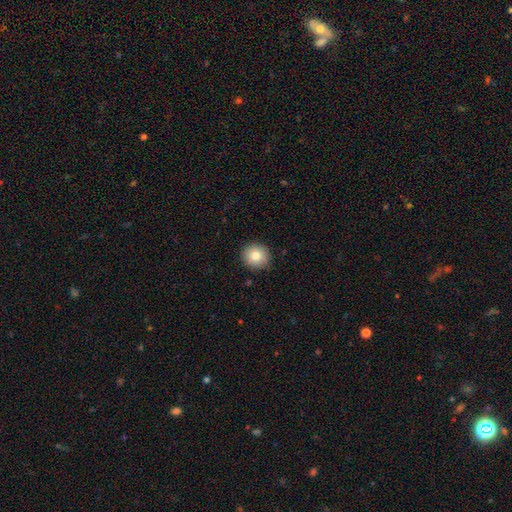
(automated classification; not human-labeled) This appears to be a smooth galaxy with no disk features (82%) that is round (92%). Merging: none (91%).